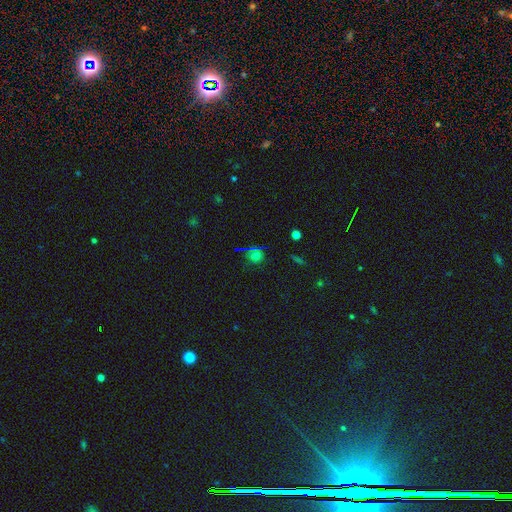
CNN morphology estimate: Smooth or featured? Predicted: smooth (p=0.47). Merging? Predicted: none (p=0.81).